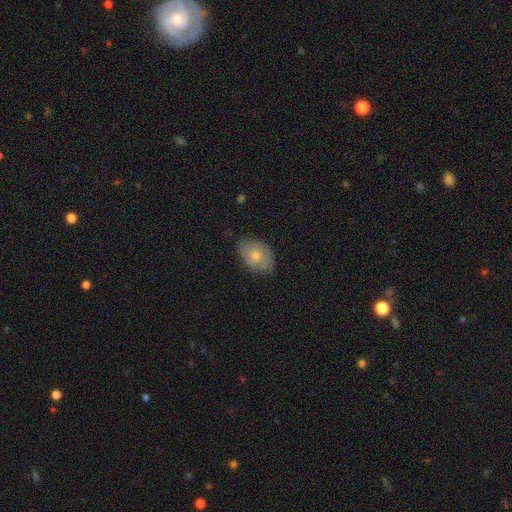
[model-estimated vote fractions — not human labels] Overall: smooth (71%). How rounded: in between (81%). Merging: none (71%).